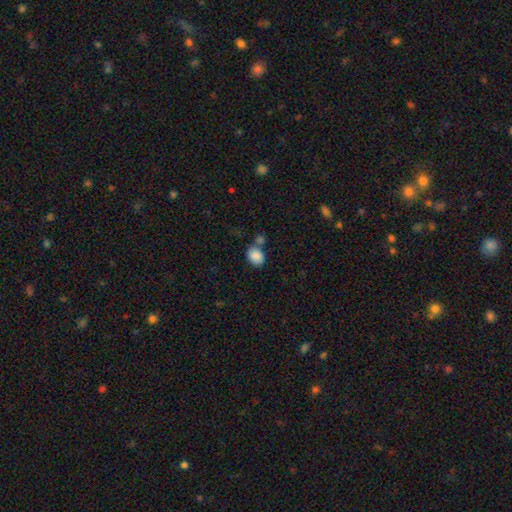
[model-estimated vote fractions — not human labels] Smooth or featured? Predicted: smooth (p=0.88). How rounded? Predicted: in between (p=0.61). Merging? Predicted: none (p=0.54).